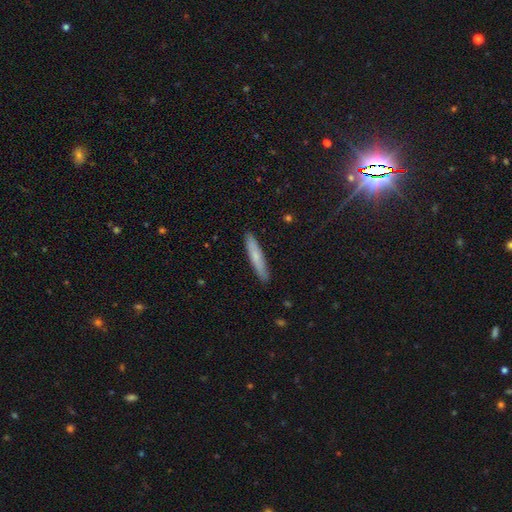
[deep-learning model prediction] smooth 66%, featured or disk 27%, star or artifact 6%. Down the decision tree: how rounded — cigar-shaped (92%); merging — none (89%).